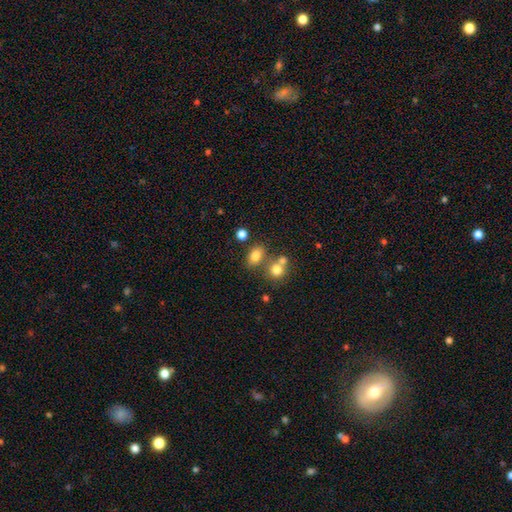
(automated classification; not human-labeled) The model was most divided on "merging": none: 59%, merger: 22%, minor disturbance: 14%, major disturbance: 5%. More confident: smooth or featured — smooth (77%); how rounded — in between (70%).